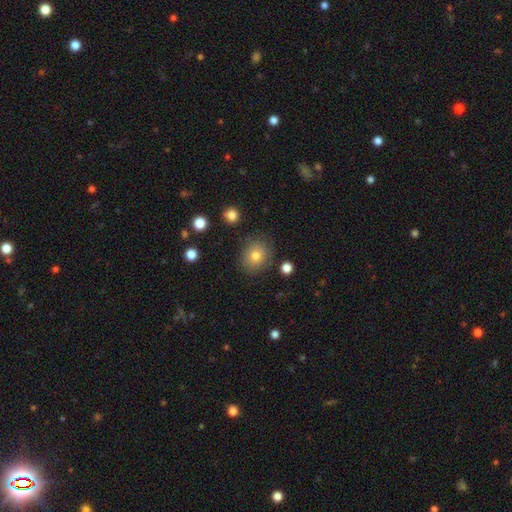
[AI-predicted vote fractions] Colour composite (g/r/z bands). It shows a smooth galaxy with no disk features (77%) that is round (68%). Merging: none (83%).